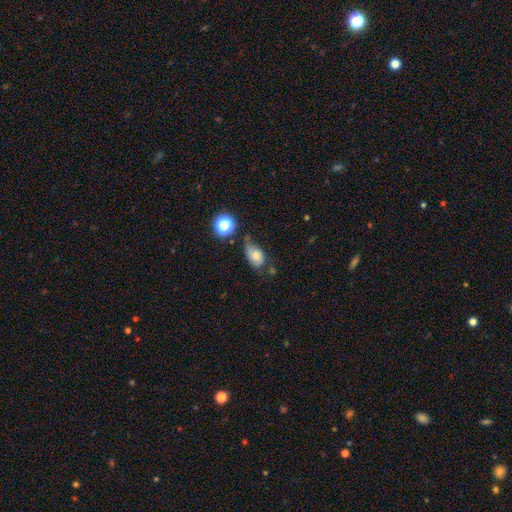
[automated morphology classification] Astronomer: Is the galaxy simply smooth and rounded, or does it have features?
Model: smooth — 57%.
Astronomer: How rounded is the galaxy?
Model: in between — 79%.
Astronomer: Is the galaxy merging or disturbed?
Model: minor disturbance — 36% (runner-up: none, 32%).